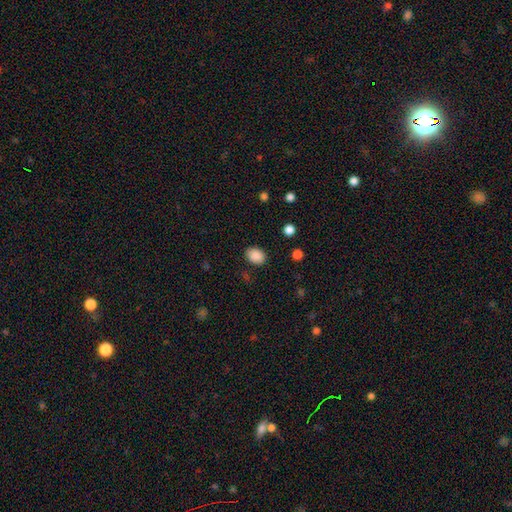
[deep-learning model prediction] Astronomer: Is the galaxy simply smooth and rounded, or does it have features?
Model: smooth — 88%.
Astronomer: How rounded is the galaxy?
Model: in between — 66%.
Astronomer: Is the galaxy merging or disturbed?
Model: none — 85%.